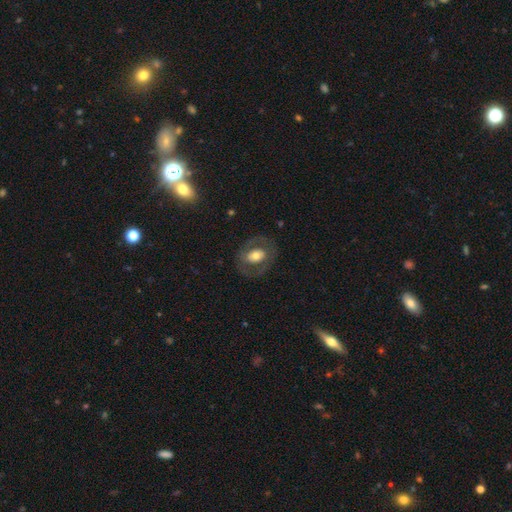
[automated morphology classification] Q: Smooth or featured?
A: smooth (47%); tied with: featured or disk (47%)
Q: Merging?
A: none (76%); runner-up: minor disturbance (13%)